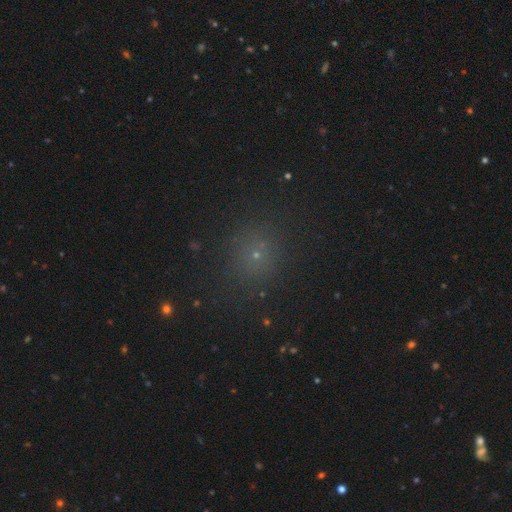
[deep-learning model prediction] Smooth or featured? smooth (59%)
How rounded? round (88%)
Merging? none (86%)